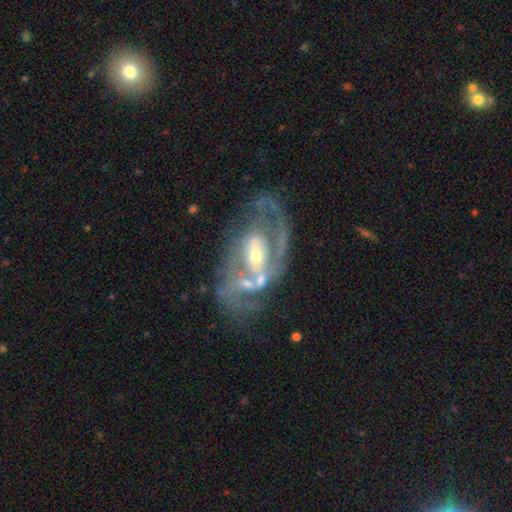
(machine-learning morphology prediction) This appears to be a featured or disk galaxy (83%) with no bar (44%), 2 (53%) medium (46%) spiral arms (82%) and a moderate central bulge (52%). Merging: none (35%).